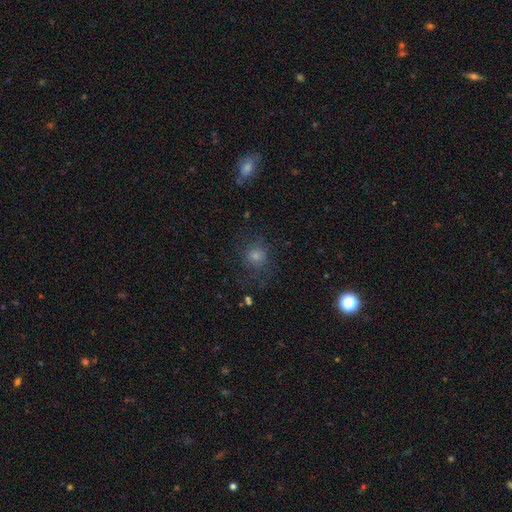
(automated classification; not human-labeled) Overall: smooth (54%; star or artifact 28%). How rounded: round (86%). Merging: none (72%).